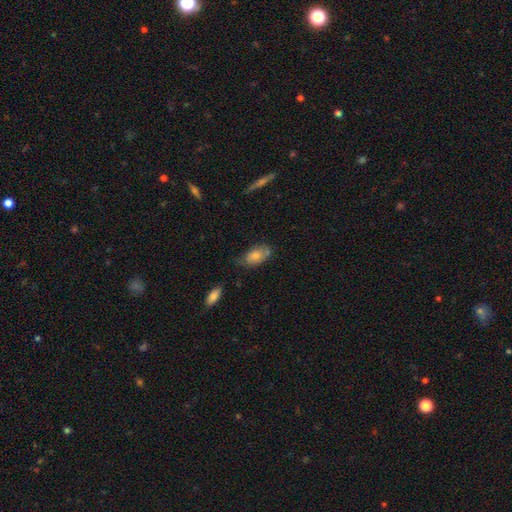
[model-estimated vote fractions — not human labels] smooth 75%, featured or disk 18%, star or artifact 7%. Down the decision tree: how rounded — in between (91%); merging — none (54%).